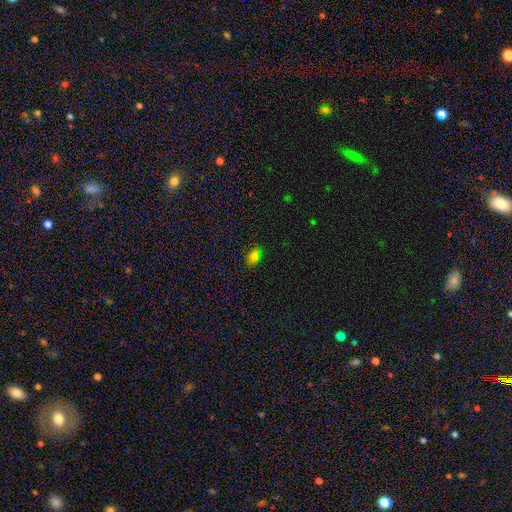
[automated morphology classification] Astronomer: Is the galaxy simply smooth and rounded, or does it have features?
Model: smooth — 75%.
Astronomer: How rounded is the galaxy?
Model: in between — 85%.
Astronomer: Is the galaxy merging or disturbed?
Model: none — 77%.